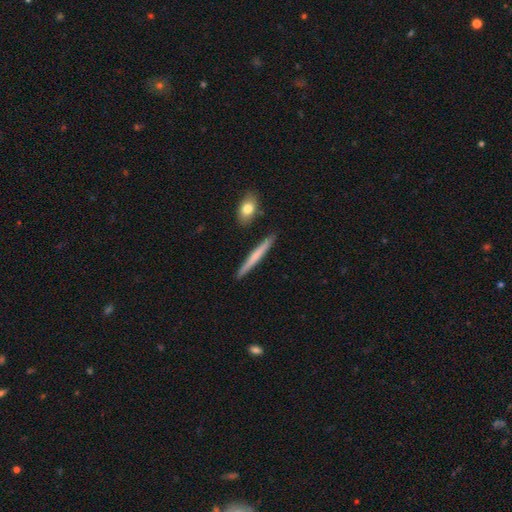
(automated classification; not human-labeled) A smooth galaxy with no disk features (58%) that is cigar-shaped (96%). Merging: none (91%).